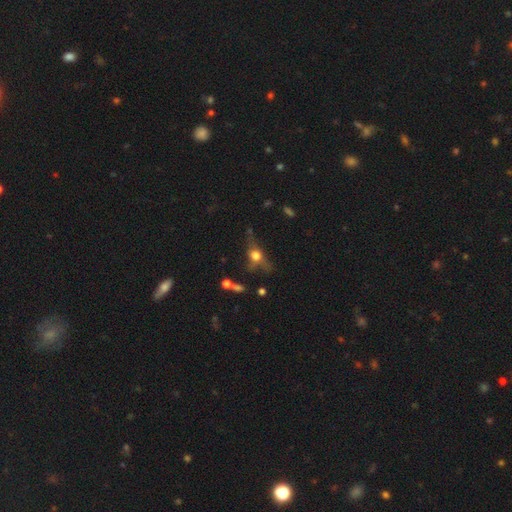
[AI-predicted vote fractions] Smooth or featured?
  - smooth: 45% *
  - featured or disk: 39%
  - star or artifact: 16%
Merging?
  - none: 50% *
  - minor disturbance: 21%
  - major disturbance: 21%
  - merger: 8%